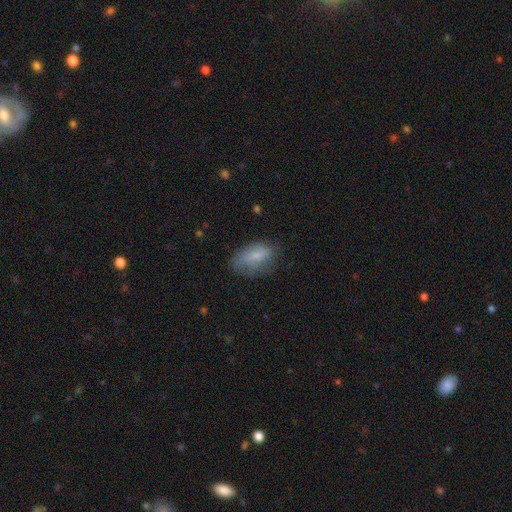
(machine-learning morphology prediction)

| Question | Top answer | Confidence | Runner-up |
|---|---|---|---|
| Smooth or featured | smooth | 72% | featured or disk (19%) |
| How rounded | in between | 88% | cigar-shaped (7%) |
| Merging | none | 56% | minor disturbance (30%) |